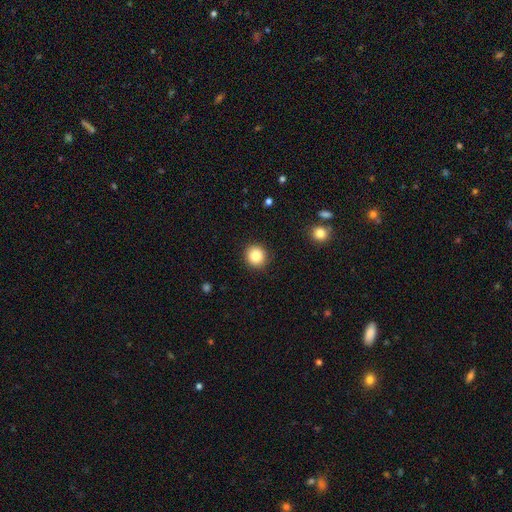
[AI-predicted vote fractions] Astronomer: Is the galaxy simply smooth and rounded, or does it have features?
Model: smooth — 85%.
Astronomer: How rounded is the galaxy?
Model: round — 92%.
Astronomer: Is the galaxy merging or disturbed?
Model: none — 91%.